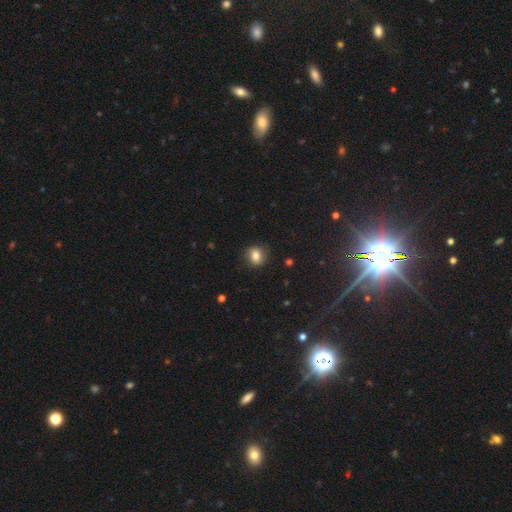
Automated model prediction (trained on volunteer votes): Morphology: type=smooth (78%); roundness=round (60%); merging=none (83%).